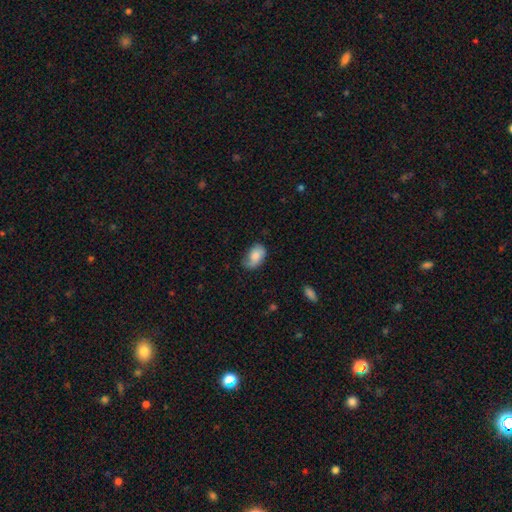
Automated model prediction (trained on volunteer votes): A smooth galaxy with no disk features (73%) that is in between round and cigar-shaped (89%). Merging: none (53%).